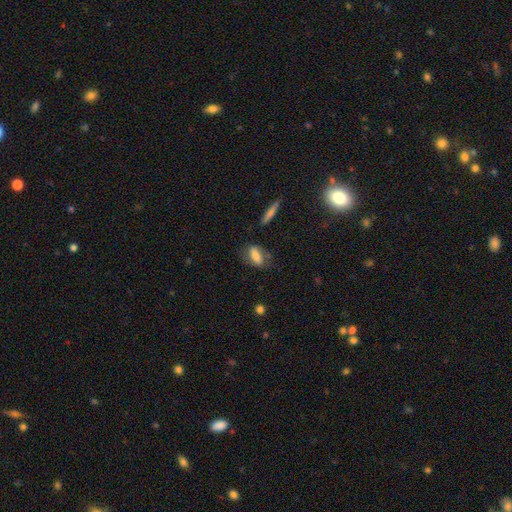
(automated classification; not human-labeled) The model was most divided on "merging": none: 65%, minor disturbance: 22%, major disturbance: 9%, merger: 4%. More confident: how rounded — in between (79%); smooth or featured — smooth (70%).